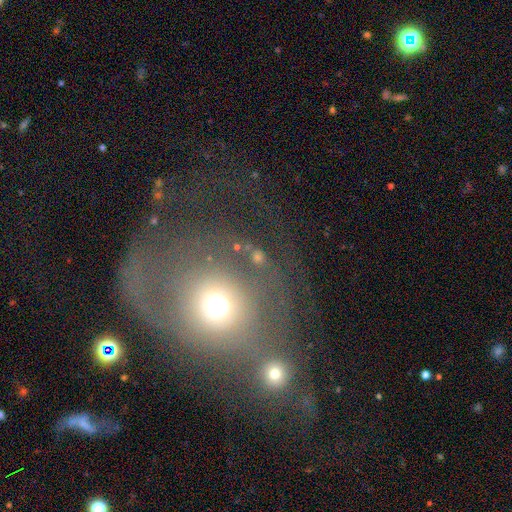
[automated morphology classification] type=smooth (45%); merging=major disturbance (36%).